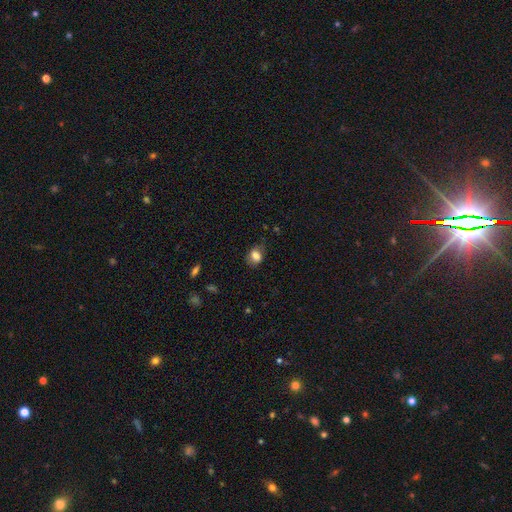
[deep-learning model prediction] Q: Smooth or featured?
A: smooth (79%); runner-up: featured or disk (11%)
Q: How rounded?
A: in between (65%); runner-up: round (33%)
Q: Merging?
A: none (67%); runner-up: minor disturbance (24%)